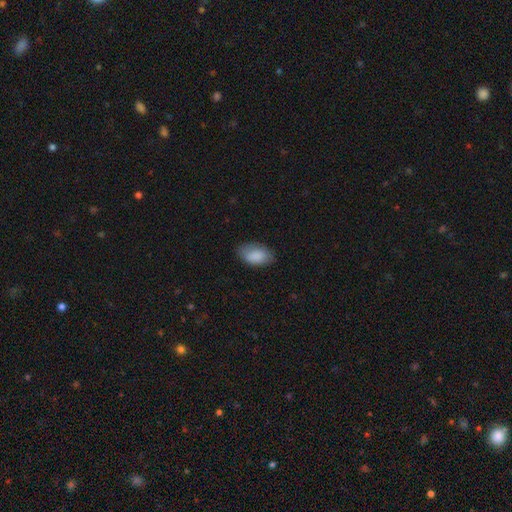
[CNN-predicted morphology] Overall: smooth (87%). How rounded: in between (94%). Merging: none (75%).